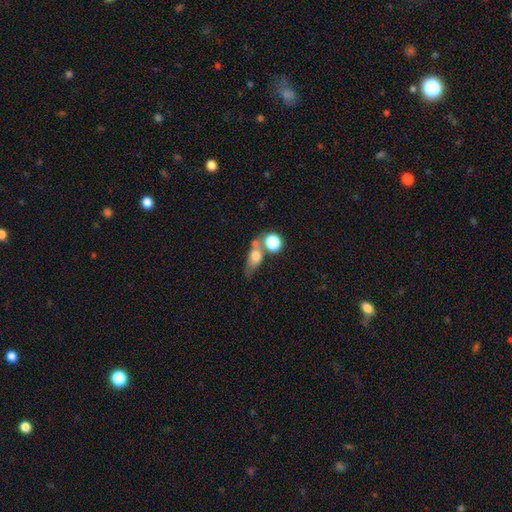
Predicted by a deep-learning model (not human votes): The model was most divided on "merging": merger: 39%, none: 34%, minor disturbance: 15%, major disturbance: 12%. More confident: smooth or featured — smooth (68%); how rounded — in between (58%).